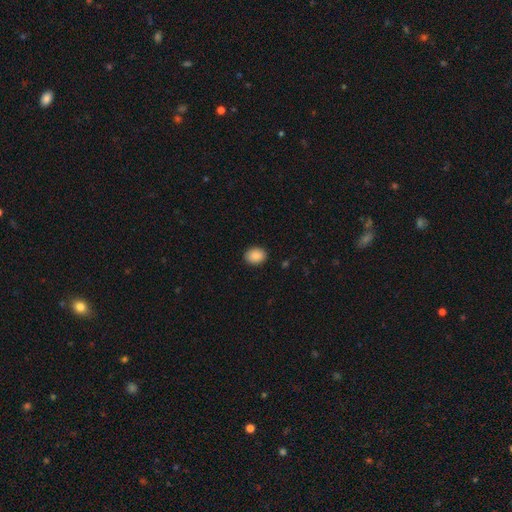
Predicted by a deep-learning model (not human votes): smooth 89%, star or artifact 8%, featured or disk 3%. Down the decision tree: how rounded — in between (58%); merging — none (90%).